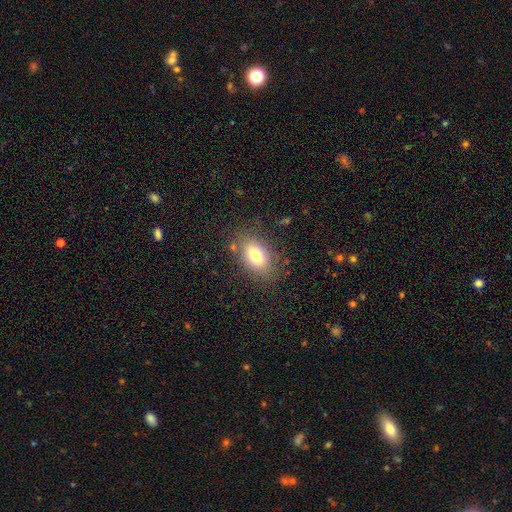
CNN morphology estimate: type=smooth (76%); roundness=in between (81%); merging=none (79%).